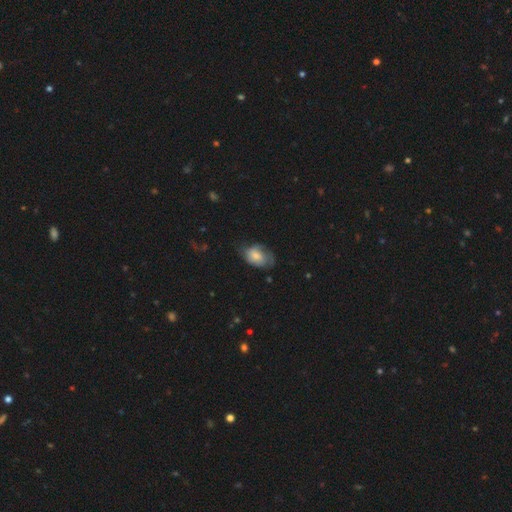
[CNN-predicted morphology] Smooth or featured? smooth (67%)
How rounded? in between (85%)
Merging? none (48%)